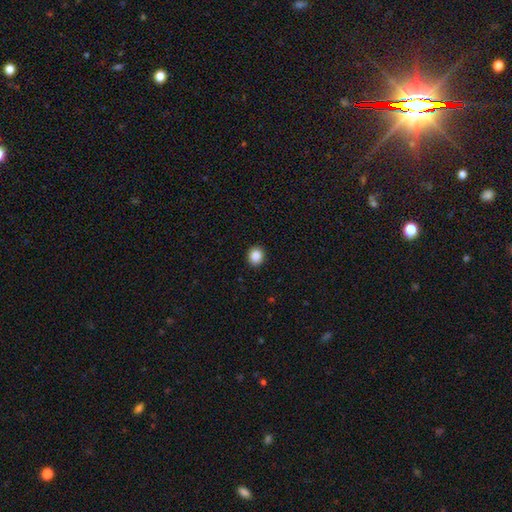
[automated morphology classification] smooth-or-featured: smooth: 86% | star or artifact: 10% | featured or disk: 4%
  how-rounded: round: 78% | in between: 21% | cigar-shaped: 1%
  merging: none: 92% | minor disturbance: 5% | major disturbance: 2% | merger: 1%